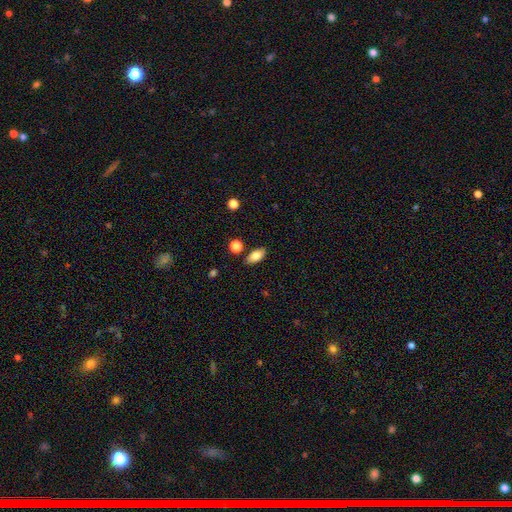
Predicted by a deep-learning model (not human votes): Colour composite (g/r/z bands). It shows a smooth galaxy with no disk features (80%) that is in between round and cigar-shaped (89%). Merging: none (84%).